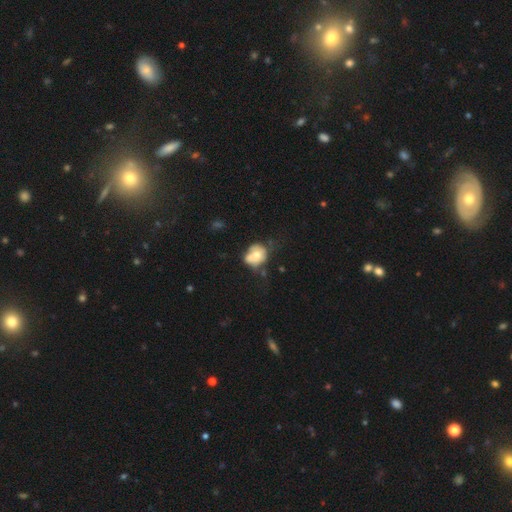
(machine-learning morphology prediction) The model was most divided on "how rounded": round: 50%, in between: 49%, cigar-shaped: 1%. Remaining: smooth or featured — smooth (62%); merging — none (36%).